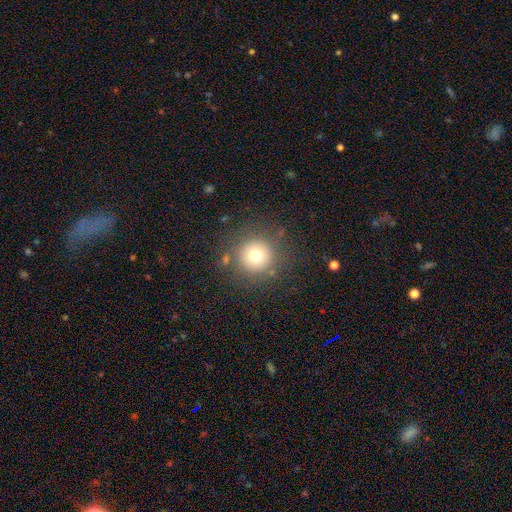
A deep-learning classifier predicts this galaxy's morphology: The model was most divided on "smooth or featured": smooth: 72%, featured or disk: 14%, star or artifact: 14%. More confident: how rounded — round (95%); merging — none (82%).